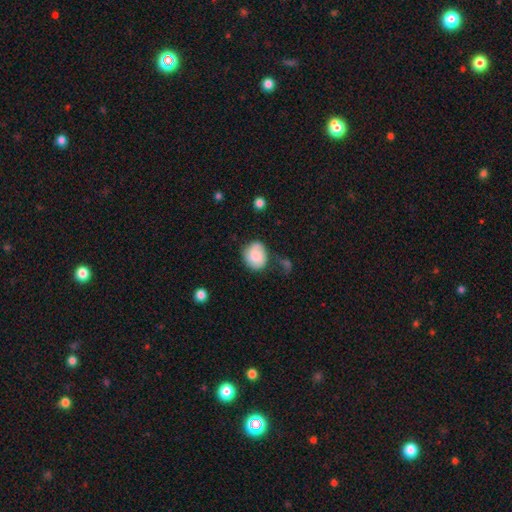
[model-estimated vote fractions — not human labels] This is likely a smooth galaxy (69%). How rounded: possibly round (55%). Merging: likely none (60%).